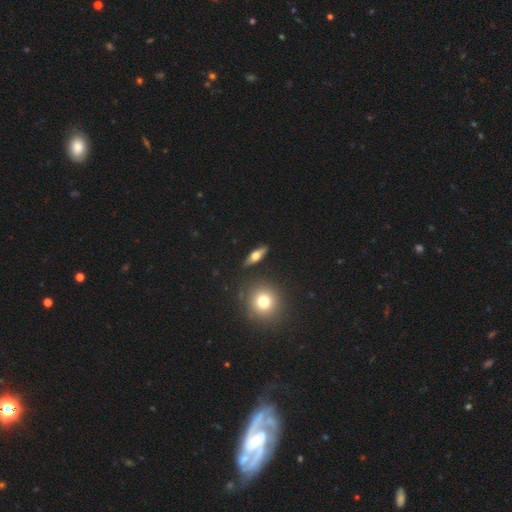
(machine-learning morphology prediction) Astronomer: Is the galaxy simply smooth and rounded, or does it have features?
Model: featured or disk — 54% (runner-up: smooth, 39%).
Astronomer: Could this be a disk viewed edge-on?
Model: yes — 89%.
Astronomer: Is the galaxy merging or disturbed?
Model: none — 88%.